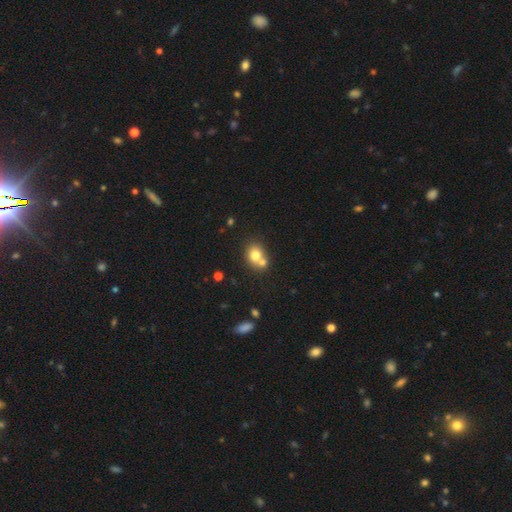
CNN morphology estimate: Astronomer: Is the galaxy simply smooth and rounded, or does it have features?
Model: smooth — 74%.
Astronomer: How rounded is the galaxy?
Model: round — 63%.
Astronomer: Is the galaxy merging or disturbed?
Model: merger — 47% (runner-up: none, 41%).